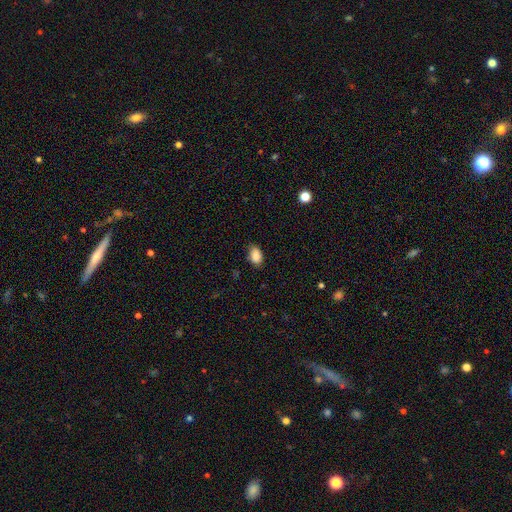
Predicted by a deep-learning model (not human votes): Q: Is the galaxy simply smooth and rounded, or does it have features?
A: smooth — 88%.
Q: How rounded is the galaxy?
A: in between — 89%.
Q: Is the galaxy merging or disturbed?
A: none — 79%.